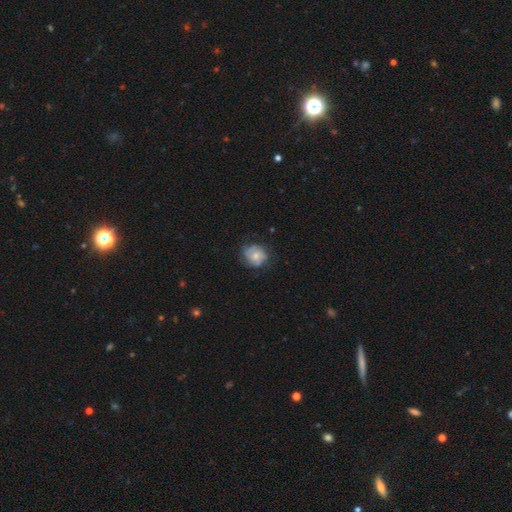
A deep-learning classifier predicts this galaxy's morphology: Overall: featured or disk (51%; smooth 41%). Edge-on disk: no (97%). Merging: none (67%).